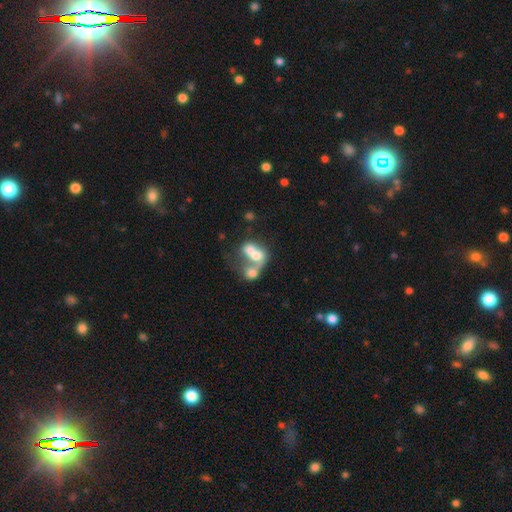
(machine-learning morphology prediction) type=smooth (54%); roundness=in between (61%); merging=merger (74%).